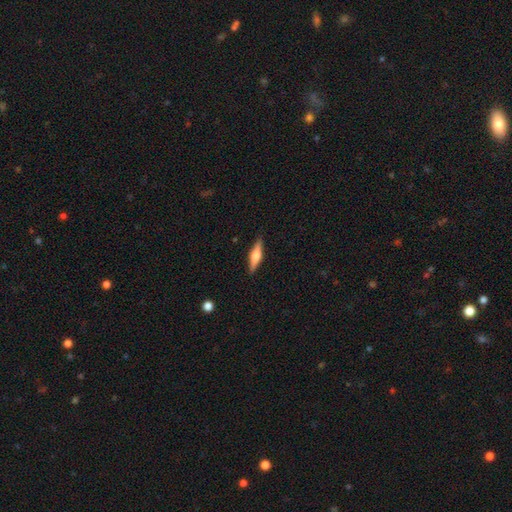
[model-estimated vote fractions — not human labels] featured or disk 49%, smooth 45%, star or artifact 6%. Down the decision tree: merging — none (89%).